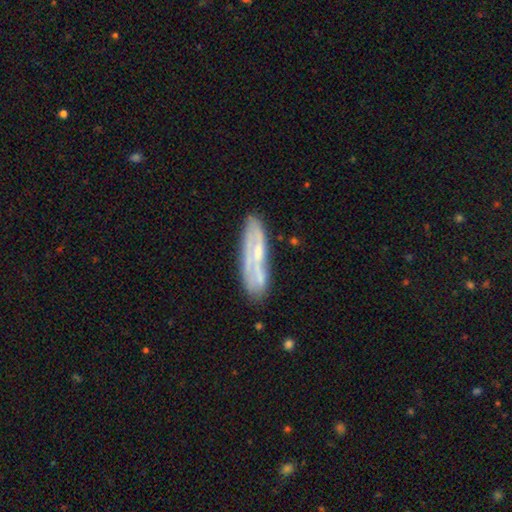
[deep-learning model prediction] Q: Smooth or featured?
A: featured or disk (62%); runner-up: smooth (31%)
Q: Edge-on disk?
A: no (69%); runner-up: yes (31%)
Q: Merging?
A: none (67%); runner-up: minor disturbance (20%)